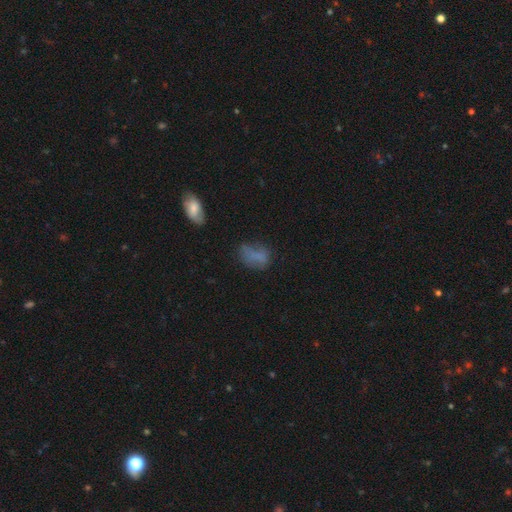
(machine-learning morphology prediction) Smooth or featured?
  - smooth: 68% *
  - featured or disk: 17%
  - star or artifact: 15%
How rounded?
  - in between: 83% *
  - round: 14%
  - cigar-shaped: 4%
Merging?
  - none: 44% *
  - minor disturbance: 29%
  - major disturbance: 21%
  - merger: 6%